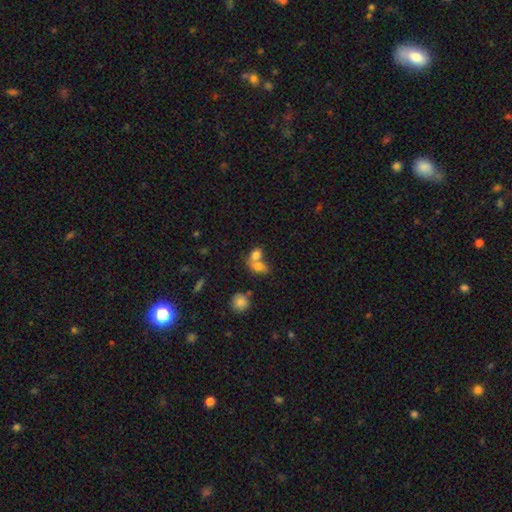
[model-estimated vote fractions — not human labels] Smooth or featured: smooth — 75% (featured or disk — 14%)
How rounded: in between — 71% (round — 26%)
Merging: merger — 65% (none — 24%)